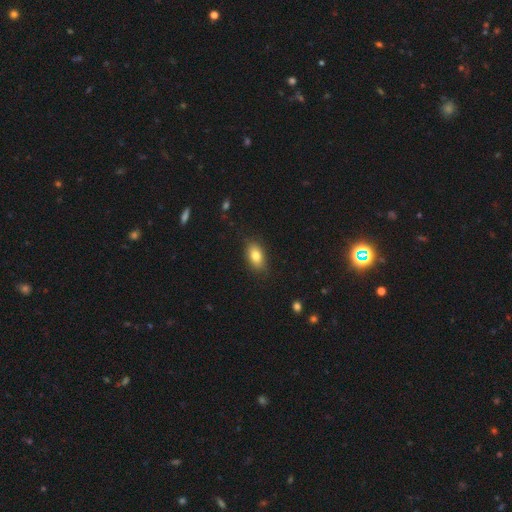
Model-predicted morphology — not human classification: A smooth galaxy with no disk features (81%) that is in between round and cigar-shaped (88%). Merging: none (84%).